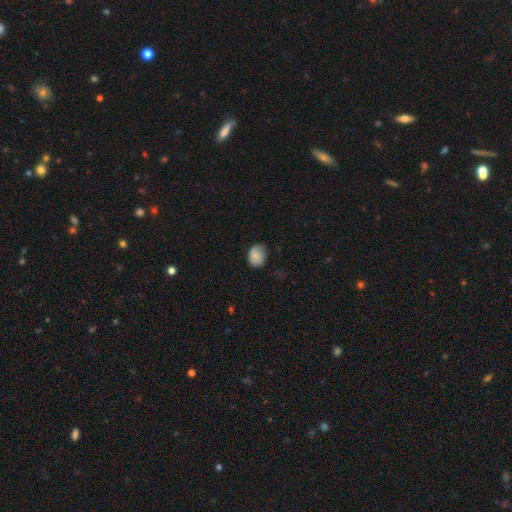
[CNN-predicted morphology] The model was most divided on "how rounded": in between: 57%, round: 42%, cigar-shaped: 1%. More confident: smooth or featured — smooth (78%); merging — none (58%).